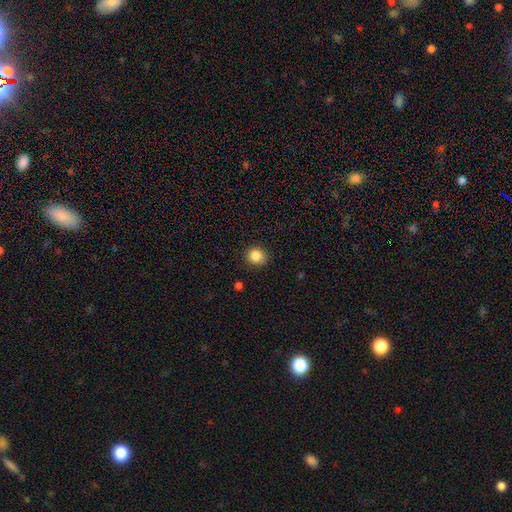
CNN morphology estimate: Smooth or featured?
  - smooth: 85% *
  - star or artifact: 10%
  - featured or disk: 4%
How rounded?
  - round: 82% *
  - in between: 17%
  - cigar-shaped: 1%
Merging?
  - none: 87% *
  - minor disturbance: 10%
  - major disturbance: 2%
  - merger: 1%